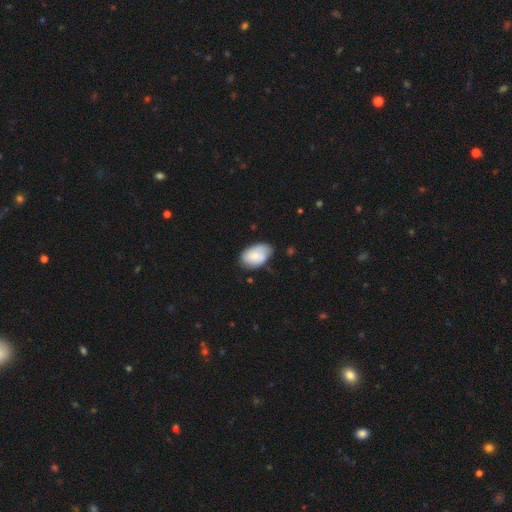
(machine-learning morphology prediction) smooth 70%, featured or disk 24%, star or artifact 6%. Down the decision tree: how rounded — in between (91%); merging — none (61%).